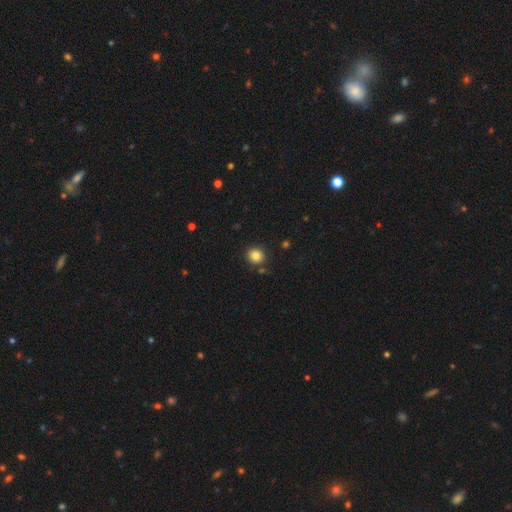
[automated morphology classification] Overall: smooth (83%). How rounded: round (82%). Merging: none (86%).